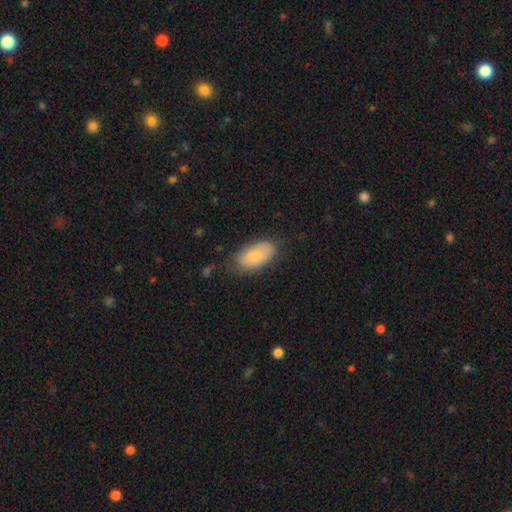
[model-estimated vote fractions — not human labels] Overall: smooth (77%). How rounded: in between (94%). Merging: none (73%).